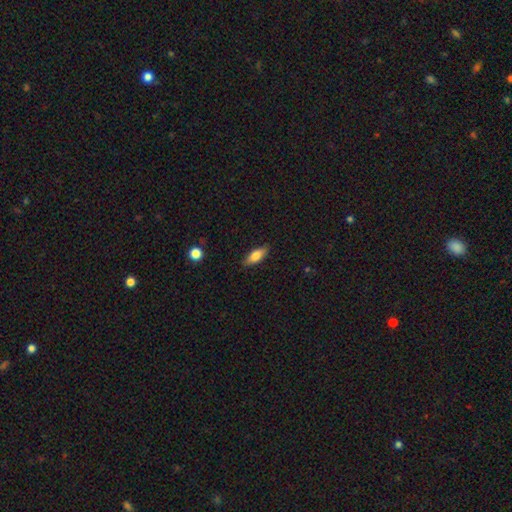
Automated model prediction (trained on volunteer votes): A smooth galaxy with no disk features (74%) that is in between round and cigar-shaped (72%).

Vote fractions:
- Smooth or featured? smooth: 74% / featured or disk: 19% / star or artifact: 7%
- How rounded? in between: 72% / cigar-shaped: 26% / round: 3%
- Merging? none: 87% / minor disturbance: 10% / major disturbance: 2% / merger: 1%